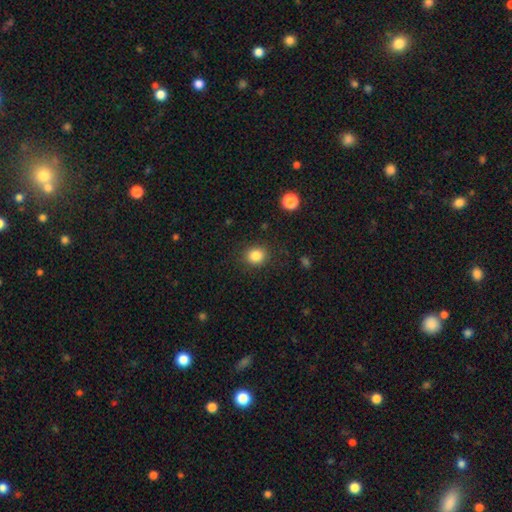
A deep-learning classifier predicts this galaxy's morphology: This appears to be a smooth galaxy with no disk features (85%) that is round (74%). Merging: none (87%).